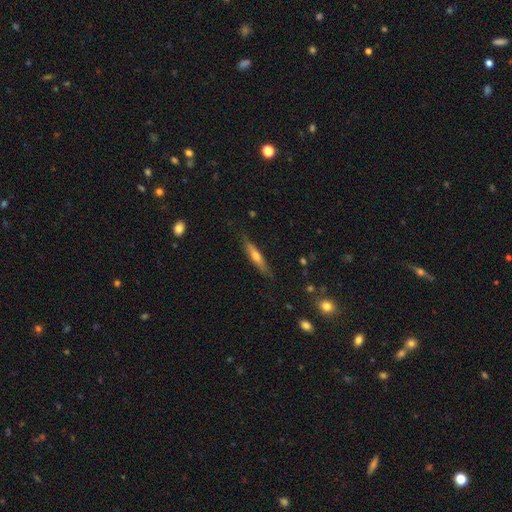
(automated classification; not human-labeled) This is possibly a featured or disk galaxy (47%). Merging: clearly none (81%).